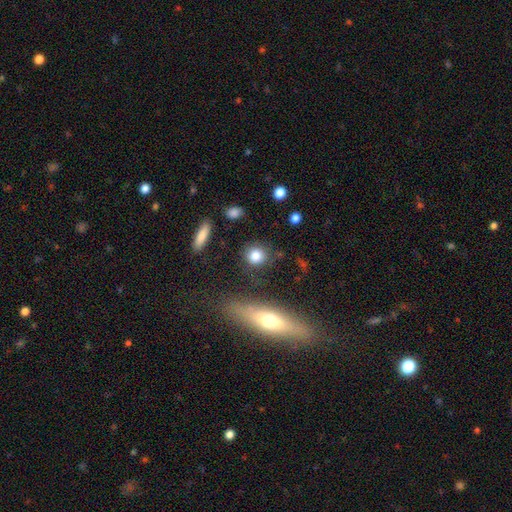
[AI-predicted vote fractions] Overall: smooth (81%). How rounded: round (83%). Merging: none (79%).